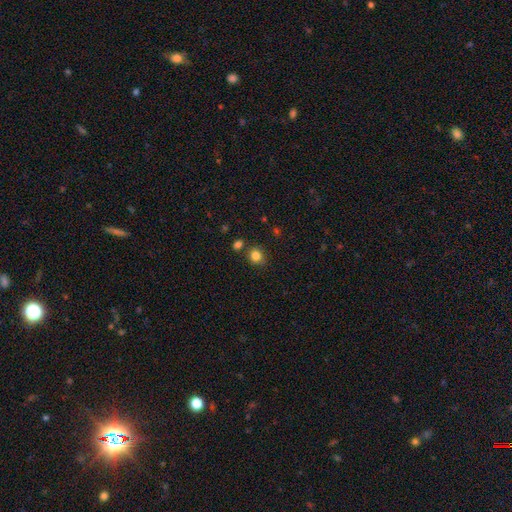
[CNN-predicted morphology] Overall: smooth (83%). How rounded: round (76%). Merging: none (78%).